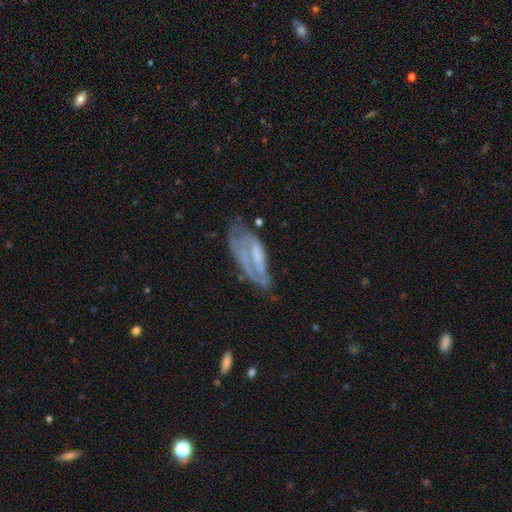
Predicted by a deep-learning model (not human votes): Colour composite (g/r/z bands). It shows a featured or disk galaxy (63%) with no bar (47%), spiral arms (55%) and no central bulge (48%). Merging: none (42%).